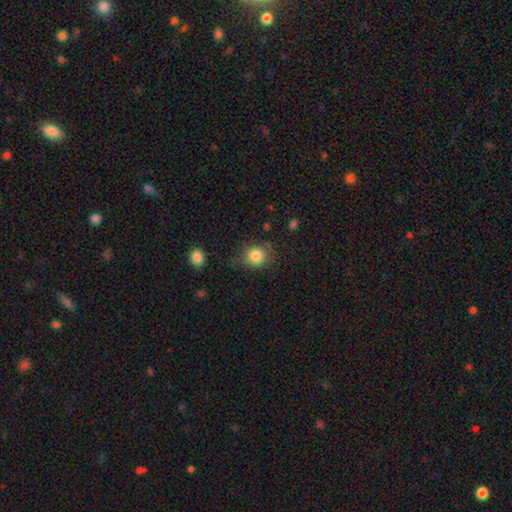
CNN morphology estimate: Overall: smooth (85%). How rounded: round (75%). Merging: none (75%).